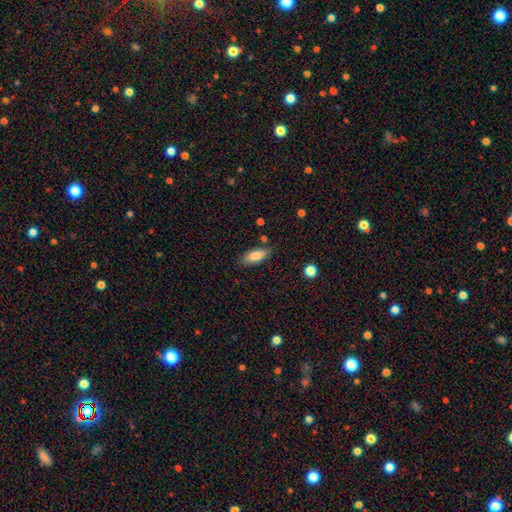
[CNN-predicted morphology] smooth 84%, featured or disk 9%, star or artifact 7%. Down the decision tree: how rounded — in between (78%); merging — none (79%).